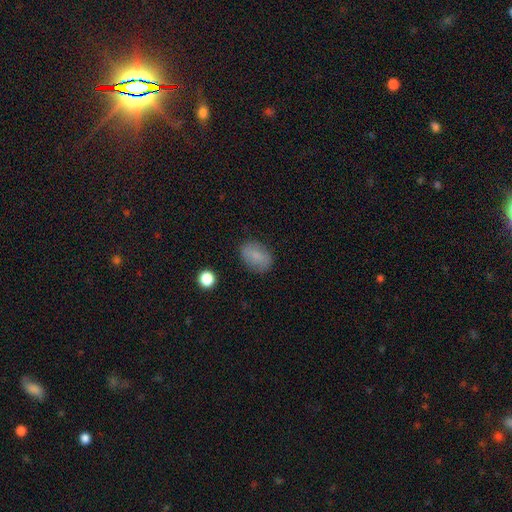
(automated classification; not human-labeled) Morphology: type=smooth (81%); roundness=in between (81%); merging=none (83%).